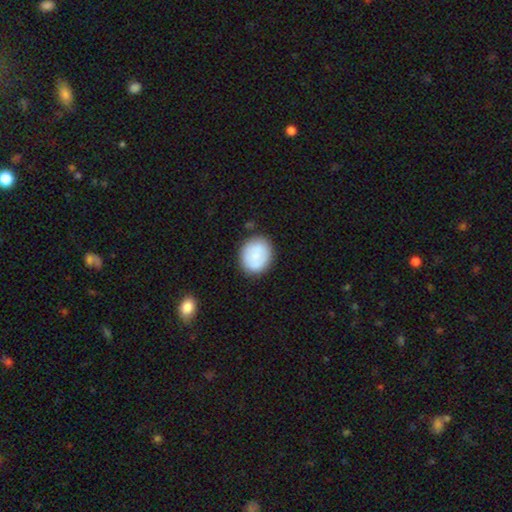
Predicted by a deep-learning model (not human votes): The model was most divided on "how rounded": round: 65%, in between: 34%, cigar-shaped: 1%. More confident: merging — none (81%); smooth or featured — smooth (79%).